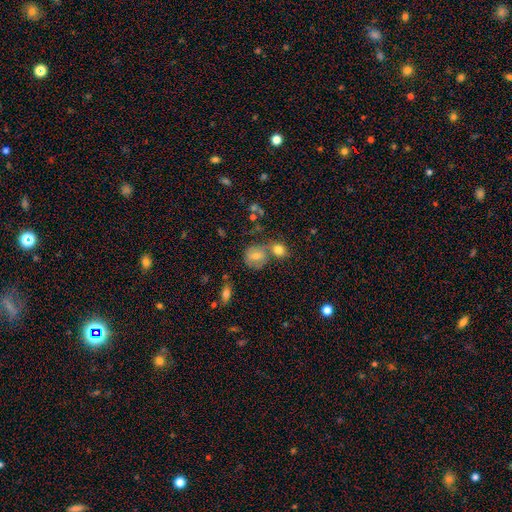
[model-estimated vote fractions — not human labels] A smooth galaxy with no disk features (68%) that is round (73%).

Vote fractions:
- Smooth or featured? smooth: 68% / featured or disk: 22% / star or artifact: 11%
- How rounded? round: 73% / in between: 26% / cigar-shaped: 1%
- Merging? none: 48% / merger: 34% / minor disturbance: 13% / major disturbance: 5%